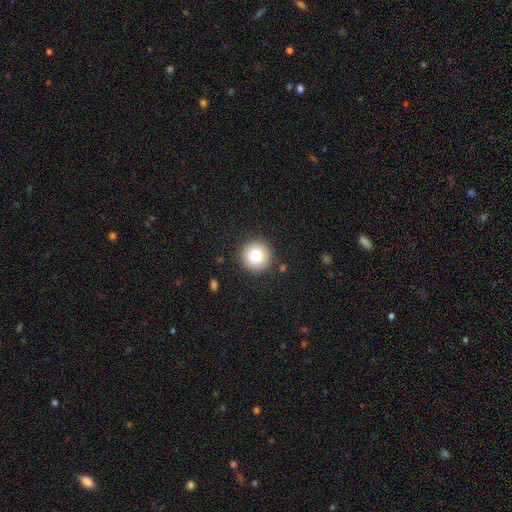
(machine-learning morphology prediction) Smooth or featured? smooth (78%)
How rounded? round (95%)
Merging? none (91%)